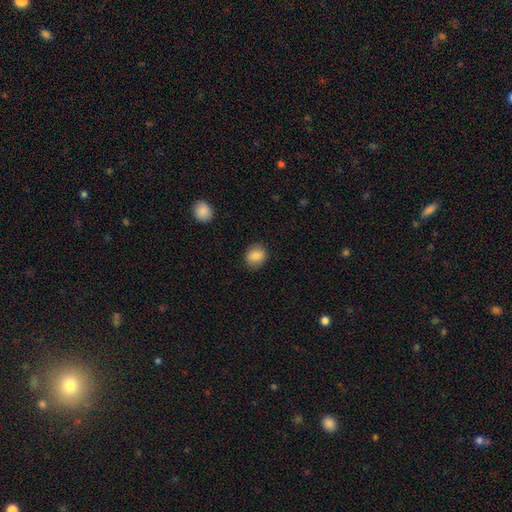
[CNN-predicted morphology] A smooth galaxy with no disk features (85%) that is round (70%).

Vote fractions:
- Smooth or featured? smooth: 85% / star or artifact: 9% / featured or disk: 7%
- How rounded? round: 70% / in between: 29% / cigar-shaped: 1%
- Merging? none: 87% / minor disturbance: 9% / major disturbance: 3% / merger: 1%